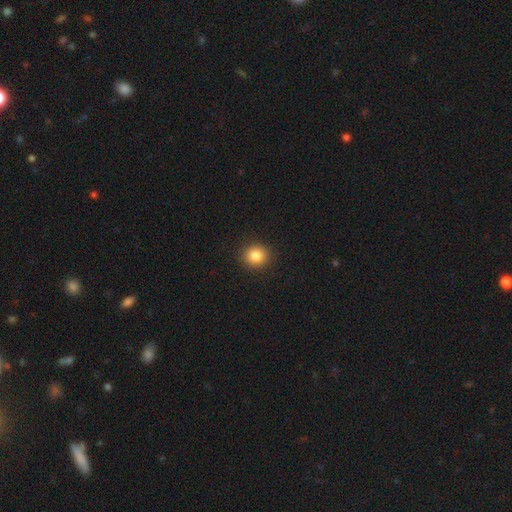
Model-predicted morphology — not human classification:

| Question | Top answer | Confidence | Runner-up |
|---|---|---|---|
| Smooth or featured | smooth | 84% | star or artifact (10%) |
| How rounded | round | 88% | in between (11%) |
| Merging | none | 92% | minor disturbance (6%) |